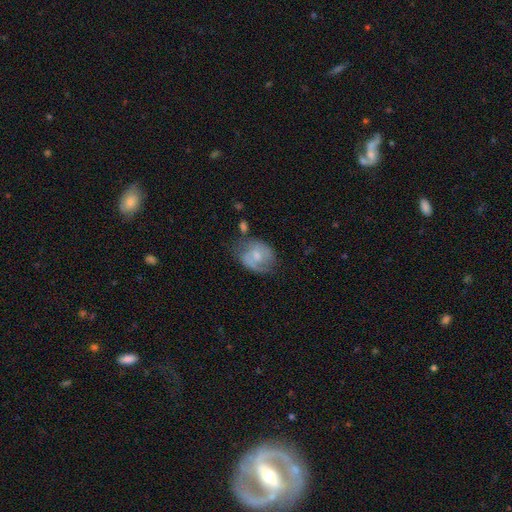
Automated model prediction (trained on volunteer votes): Overall: smooth (48%; featured or disk 45%). Merging: none (46%; minor disturbance 30%).